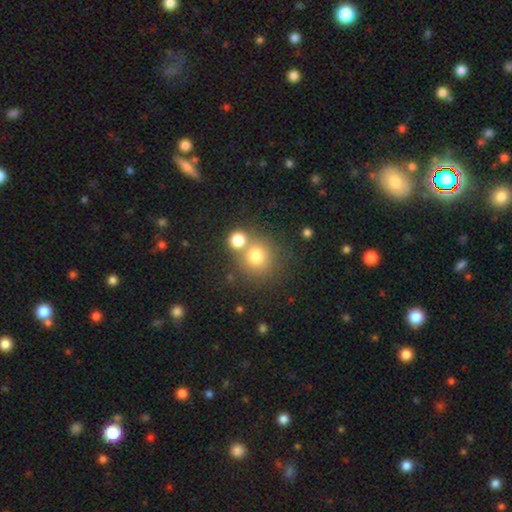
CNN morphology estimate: This is likely a smooth galaxy (76%). How rounded: clearly round (90%). Merging: possibly none (57%).